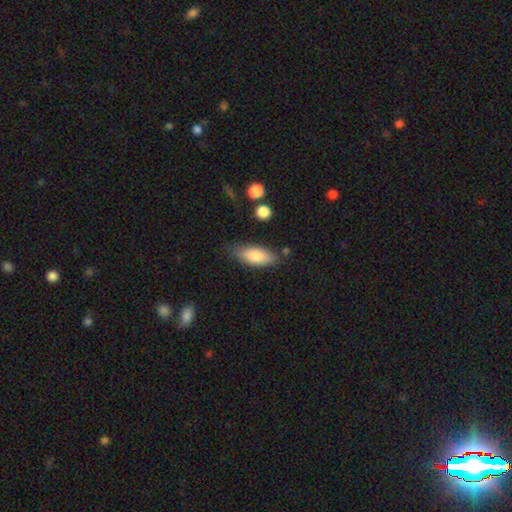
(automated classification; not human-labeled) This is clearly a smooth galaxy (81%). How rounded: likely in between (77%). Merging: likely none (73%).